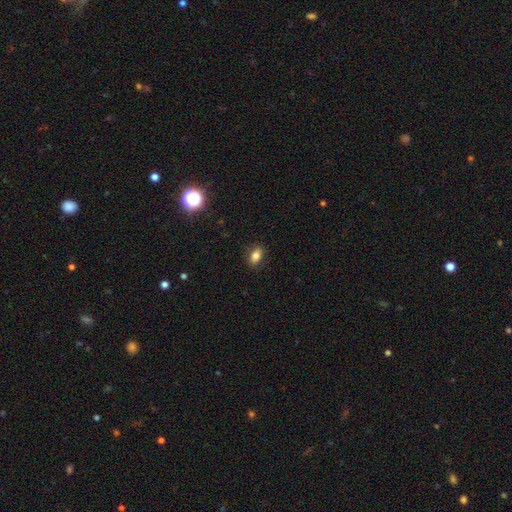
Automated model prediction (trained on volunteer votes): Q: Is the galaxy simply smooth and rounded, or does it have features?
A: smooth — 81%.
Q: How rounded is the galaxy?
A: in between — 85%.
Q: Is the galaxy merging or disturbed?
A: none — 86%.